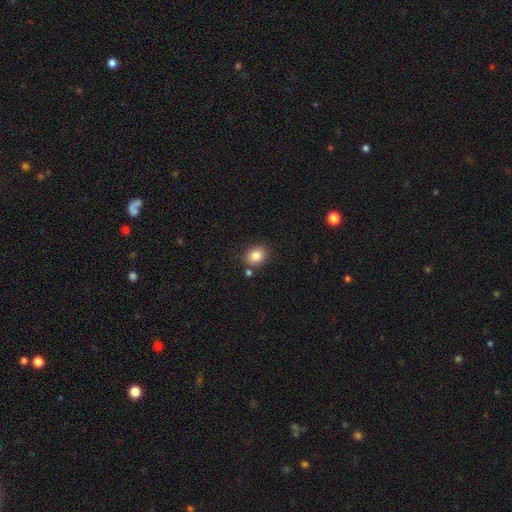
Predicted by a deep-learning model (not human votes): Morphology: type=smooth (85%); roundness=round (55%); merging=none (78%).